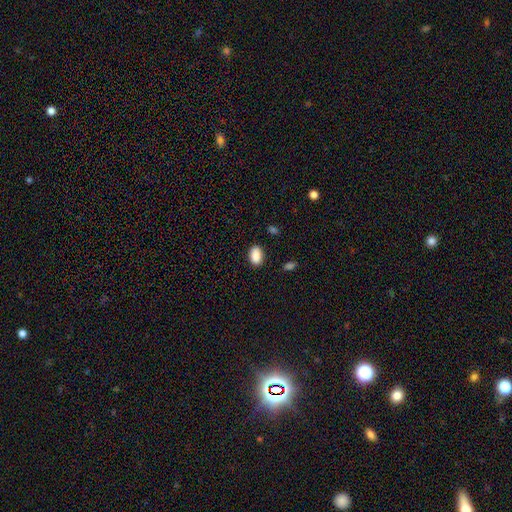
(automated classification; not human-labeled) smooth-or-featured: smooth: 89% | star or artifact: 8% | featured or disk: 3%
  how-rounded: in between: 87% | round: 11% | cigar-shaped: 2%
  merging: none: 86% | minor disturbance: 10% | major disturbance: 2% | merger: 1%